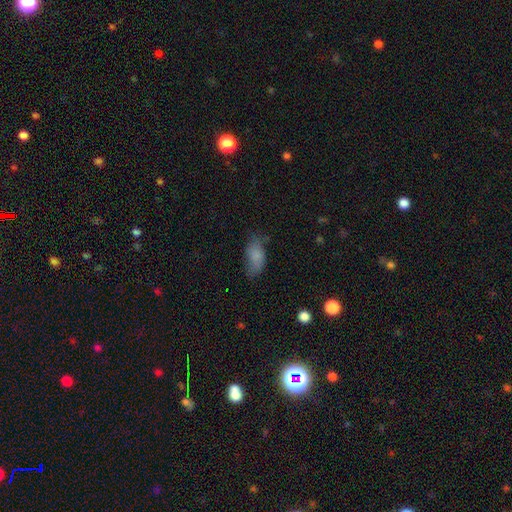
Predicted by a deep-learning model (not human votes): smooth_or_featured: smooth (p=0.80) [alt: featured or disk p=0.12]
how_rounded: in between (p=0.89) [alt: cigar-shaped p=0.08]
merging: none (p=0.60) [alt: minor disturbance p=0.28]